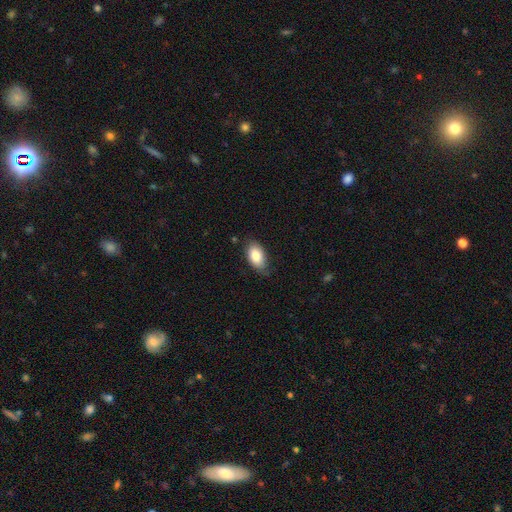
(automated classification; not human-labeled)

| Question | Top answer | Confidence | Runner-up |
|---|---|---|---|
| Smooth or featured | smooth | 84% | featured or disk (10%) |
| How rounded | in between | 93% | round (5%) |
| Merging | none | 72% | minor disturbance (23%) |